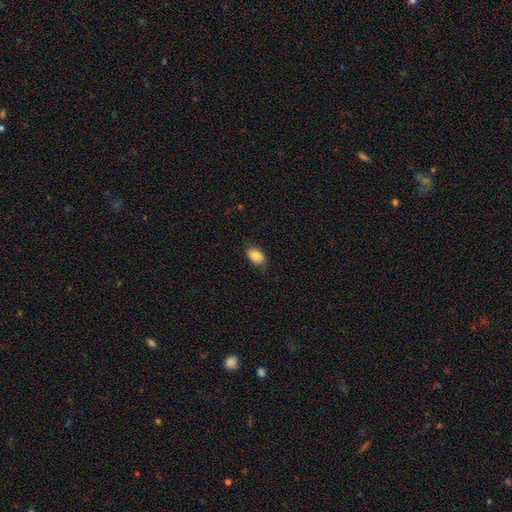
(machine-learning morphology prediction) This is clearly a smooth galaxy (82%). How rounded: clearly in between (86%). Merging: likely none (76%).